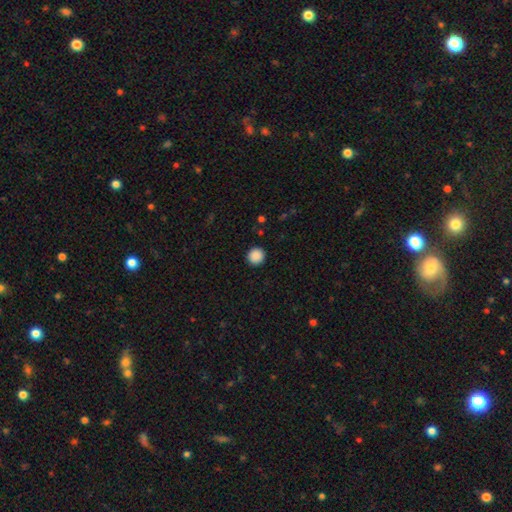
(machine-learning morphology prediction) Smooth or featured?
  - smooth: 89% *
  - star or artifact: 9%
  - featured or disk: 2%
How rounded?
  - round: 94% *
  - in between: 5%
  - cigar-shaped: 1%
Merging?
  - none: 92% *
  - minor disturbance: 5%
  - major disturbance: 2%
  - merger: 1%